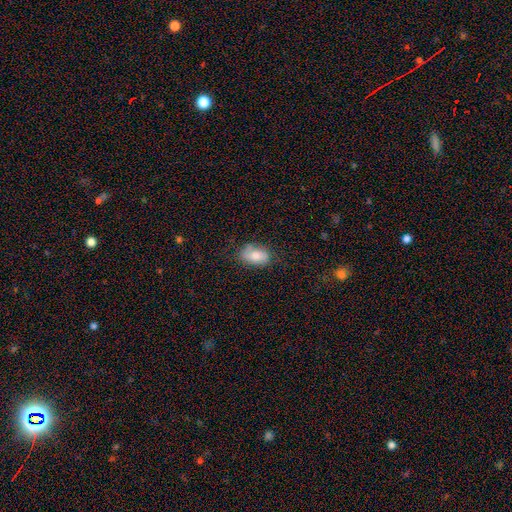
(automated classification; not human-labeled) Overall: smooth (75%). How rounded: in between (90%). Merging: none (64%; minor disturbance 26%).